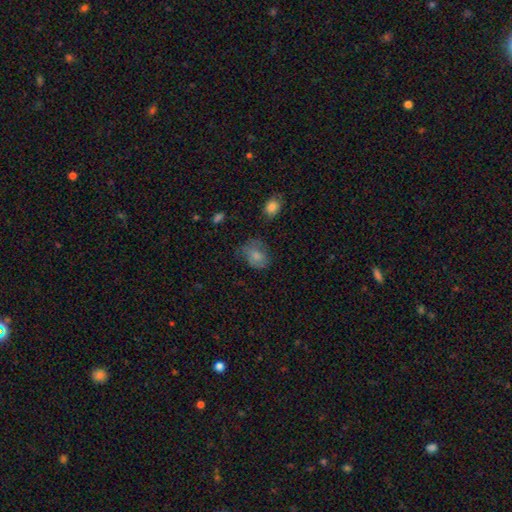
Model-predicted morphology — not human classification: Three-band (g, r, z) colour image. It shows a smooth galaxy with no disk features (74%) that is in between round and cigar-shaped (56%). Merging: none (49%).